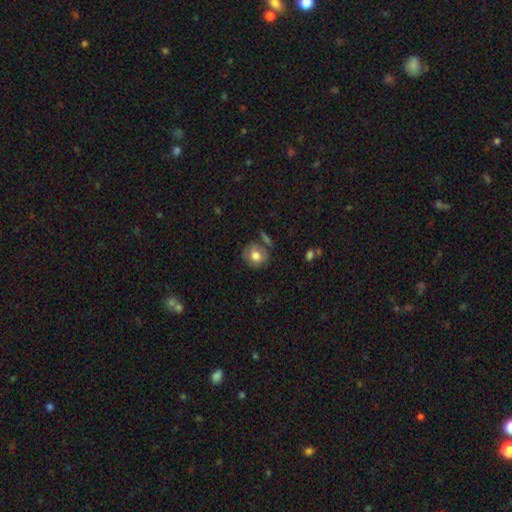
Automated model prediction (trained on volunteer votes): Smooth or featured: smooth — 74% (featured or disk — 17%)
How rounded: round — 81% (in between — 18%)
Merging: none — 71% (minor disturbance — 16%)